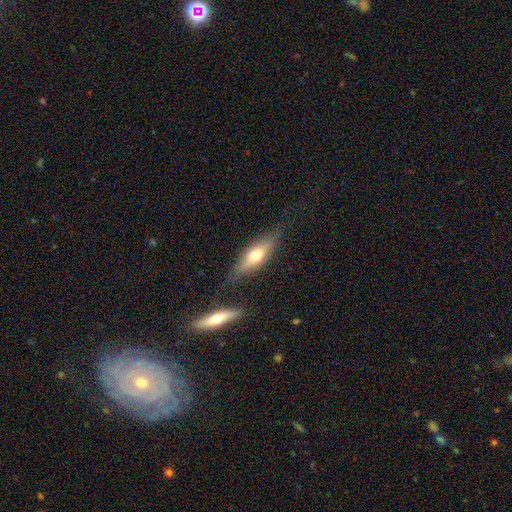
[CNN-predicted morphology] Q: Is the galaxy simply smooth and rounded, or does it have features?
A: smooth — 52%.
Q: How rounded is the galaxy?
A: cigar-shaped — 53%.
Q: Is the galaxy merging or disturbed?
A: none — 75%.